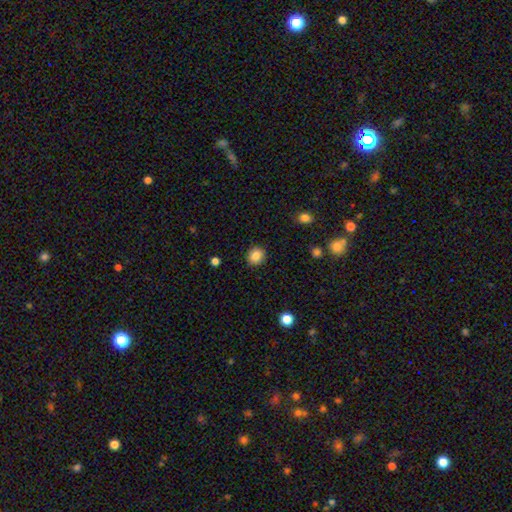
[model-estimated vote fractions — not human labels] Smooth or featured? Predicted: smooth (p=0.85). How rounded? Predicted: round (p=0.83). Merging? Predicted: none (p=0.91).